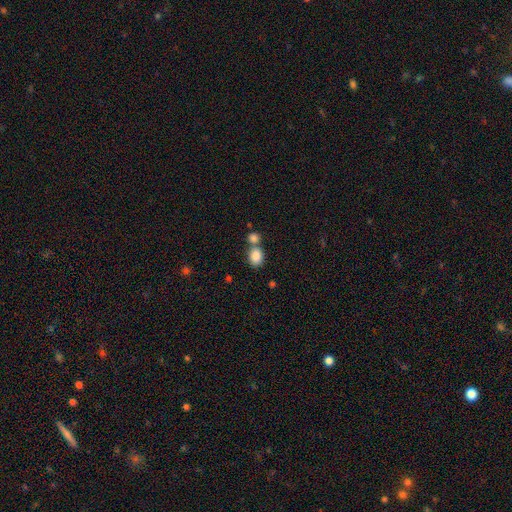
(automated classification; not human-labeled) This appears to be a smooth galaxy with no disk features (86%) that is in between round and cigar-shaped (57%). Merging: none (47%).